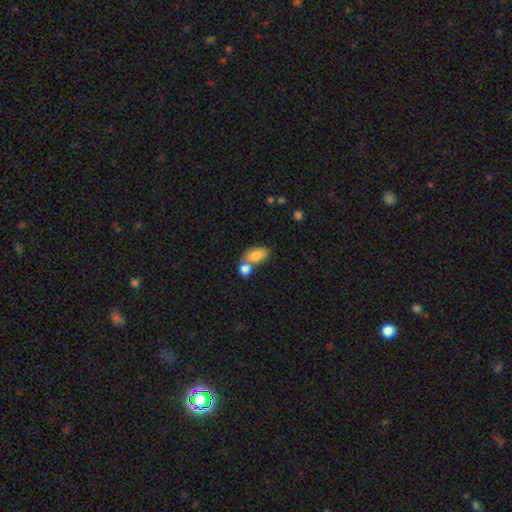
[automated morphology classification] A smooth galaxy with no disk features (83%) that is in between round and cigar-shaped (89%). Merging: merger (46%).